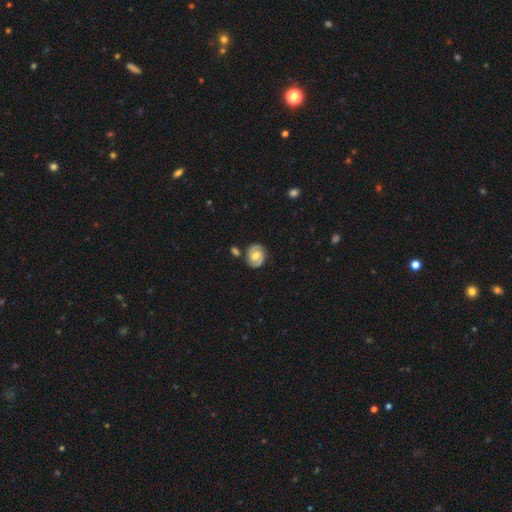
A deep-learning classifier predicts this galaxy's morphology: A featured or disk galaxy (75%) with a weak bar (45%), 2 (91%) tight (49%) spiral arms (93%) and a moderate central bulge (69%). Merging: none (82%).